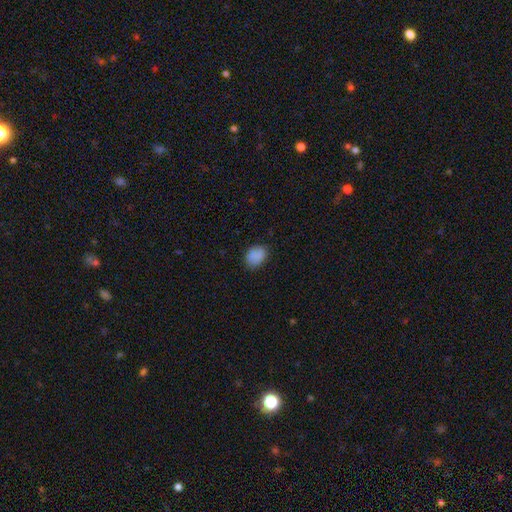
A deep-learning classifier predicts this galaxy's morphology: smooth 86%, star or artifact 9%, featured or disk 5%. Down the decision tree: how rounded — in between (70%); merging — none (78%).